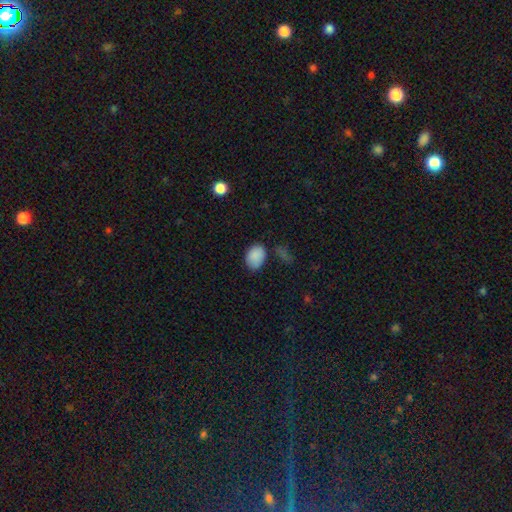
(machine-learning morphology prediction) Overall: smooth (86%). How rounded: in between (80%). Merging: none (65%).